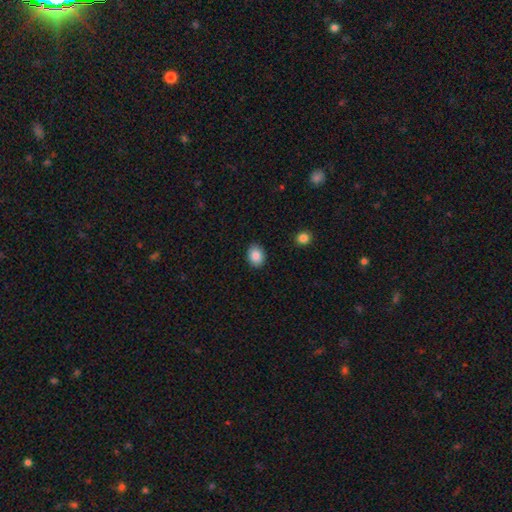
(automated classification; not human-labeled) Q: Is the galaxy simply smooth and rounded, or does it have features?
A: smooth — 87%.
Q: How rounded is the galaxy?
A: in between — 63%.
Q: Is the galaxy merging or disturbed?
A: none — 89%.